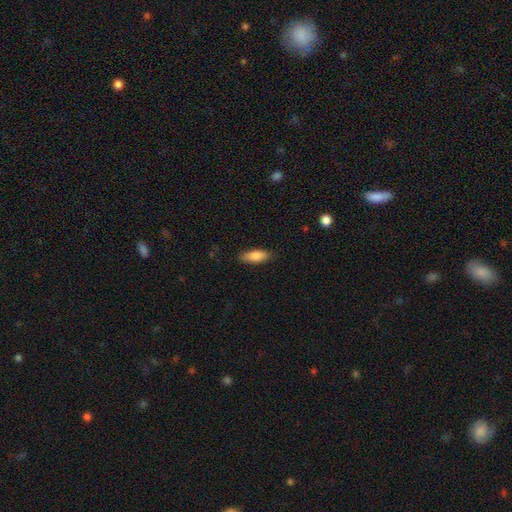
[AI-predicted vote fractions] This is clearly a smooth galaxy (84%). How rounded: likely in between (68%). Merging: clearly none (86%).